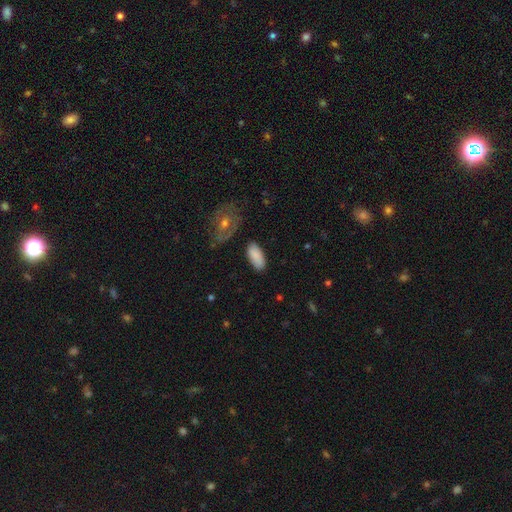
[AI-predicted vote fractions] Smooth or featured? Predicted: smooth (p=0.86). How rounded? Predicted: in between (p=0.90). Merging? Predicted: none (p=0.81).